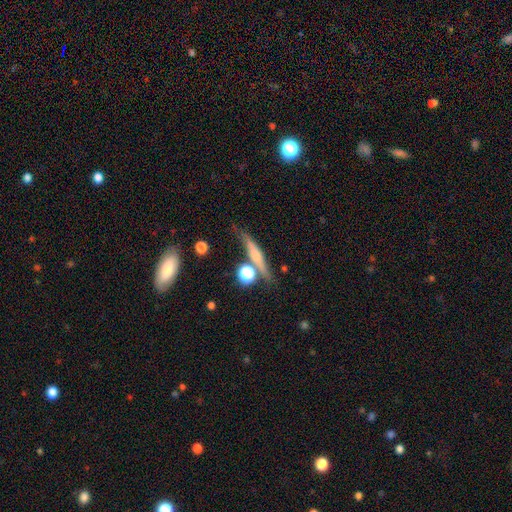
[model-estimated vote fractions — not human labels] Morphology: type=featured or disk (51%); edge-on=yes (91%); merging=none (70%).